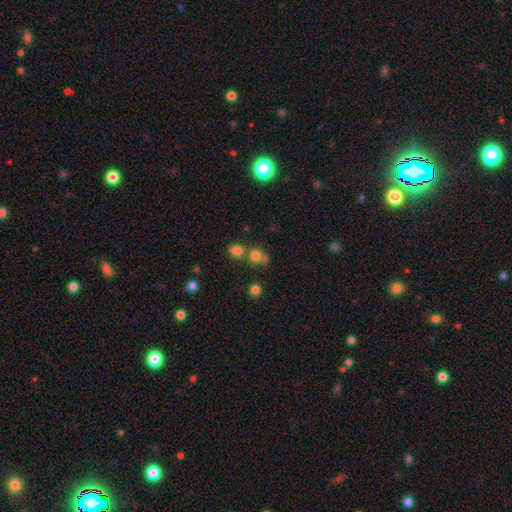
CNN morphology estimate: Overall: smooth (73%). How rounded: round (84%). Merging: none (52%; merger 36%).